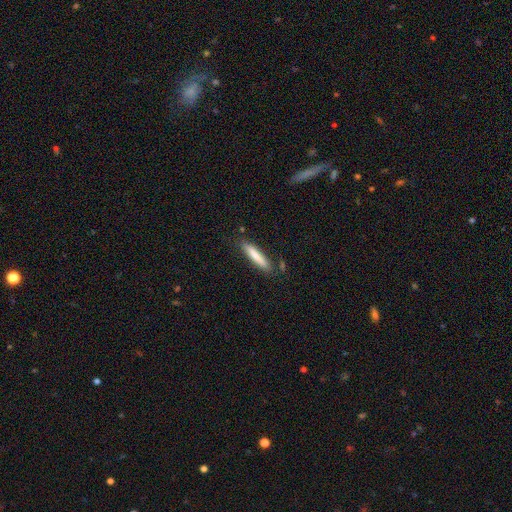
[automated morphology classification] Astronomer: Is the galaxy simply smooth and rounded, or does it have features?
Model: smooth — 77%.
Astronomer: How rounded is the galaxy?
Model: cigar-shaped — 89%.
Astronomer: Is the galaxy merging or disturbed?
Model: none — 83%.